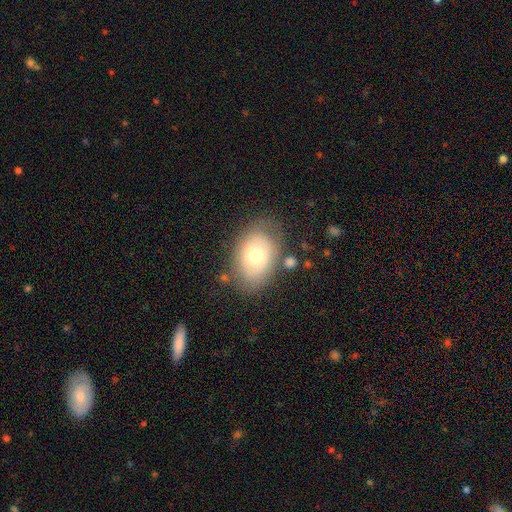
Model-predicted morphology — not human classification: type=smooth (60%); roundness=in between (80%); merging=none (70%).